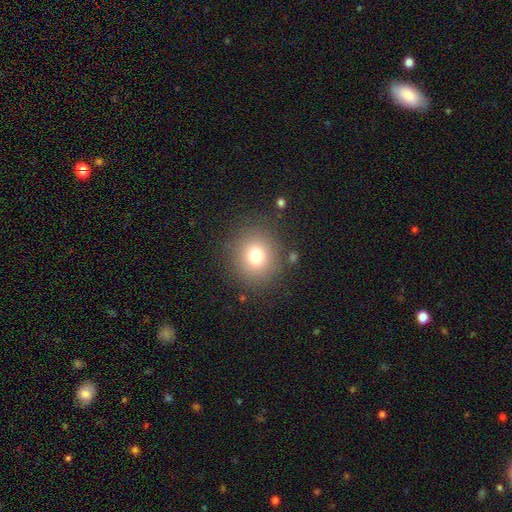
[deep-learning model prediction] Morphology: type=smooth (76%); roundness=round (81%); merging=none (84%).